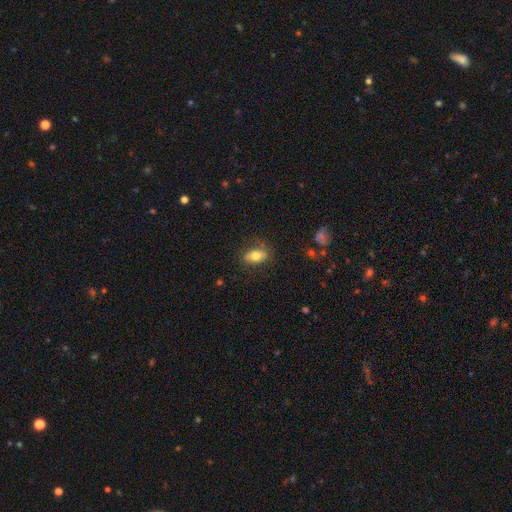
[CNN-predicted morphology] This appears to be a smooth galaxy with no disk features (74%) that is in between round and cigar-shaped (88%). Merging: none (77%).